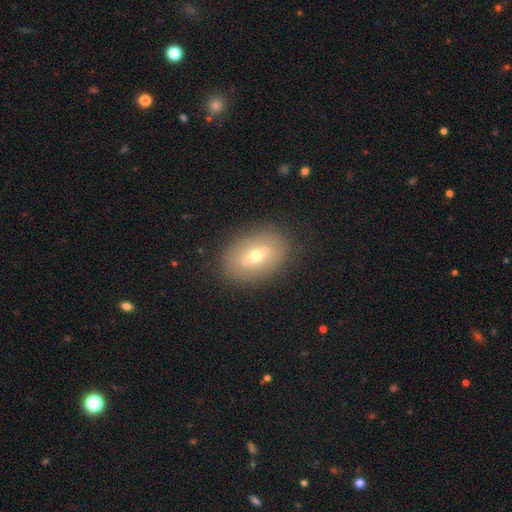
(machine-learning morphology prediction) smooth 55%, featured or disk 35%, star or artifact 10%. Down the decision tree: how rounded — in between (80%); merging — none (87%).